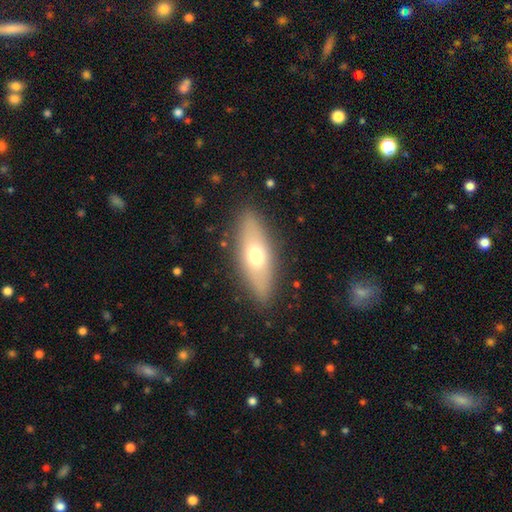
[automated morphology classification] Smooth or featured: smooth — 61% (featured or disk — 31%)
How rounded: in between — 62% (cigar-shaped — 34%)
Merging: none — 86% (minor disturbance — 9%)